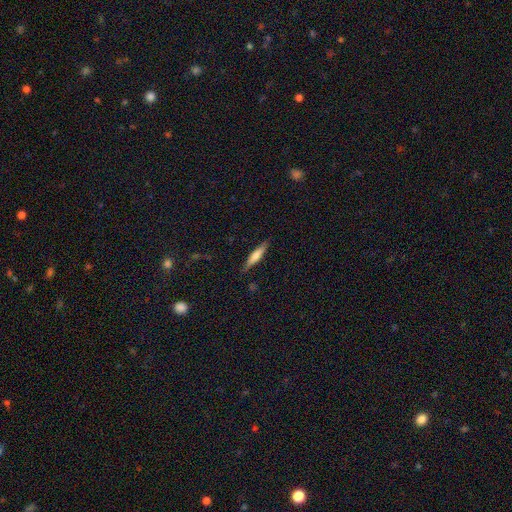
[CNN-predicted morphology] smooth-or-featured: smooth: 53% | featured or disk: 41% | star or artifact: 6%
  how-rounded: cigar-shaped: 87% | in between: 11% | round: 2%
  merging: none: 86% | minor disturbance: 11% | major disturbance: 2% | merger: 1%